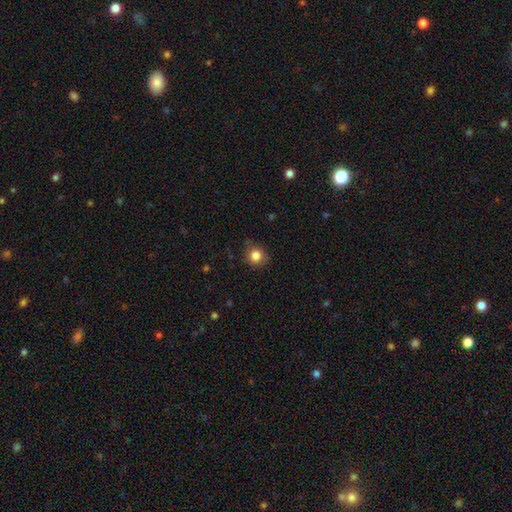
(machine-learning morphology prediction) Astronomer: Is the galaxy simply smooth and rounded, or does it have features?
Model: smooth — 83%.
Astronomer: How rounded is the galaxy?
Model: round — 86%.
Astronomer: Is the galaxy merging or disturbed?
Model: none — 81%.